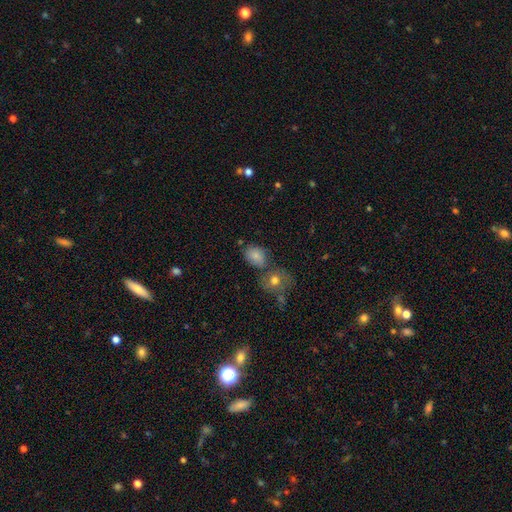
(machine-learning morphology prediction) Smooth or featured? Predicted: smooth (p=0.80). How rounded? Predicted: in between (p=0.70). Merging? Predicted: none (p=0.56).